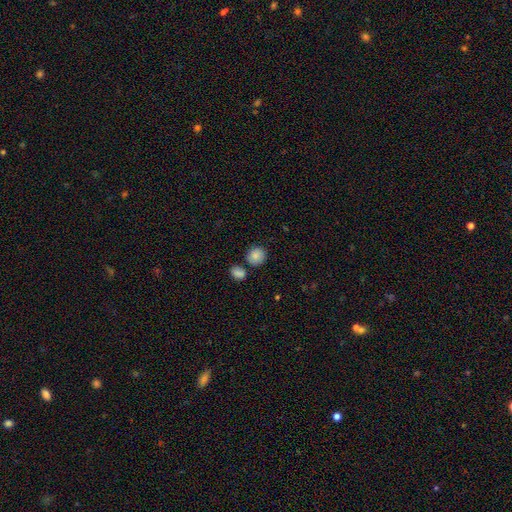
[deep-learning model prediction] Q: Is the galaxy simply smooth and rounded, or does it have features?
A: smooth — 86%.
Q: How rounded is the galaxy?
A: round — 86%.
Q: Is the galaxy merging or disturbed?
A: none — 75%.